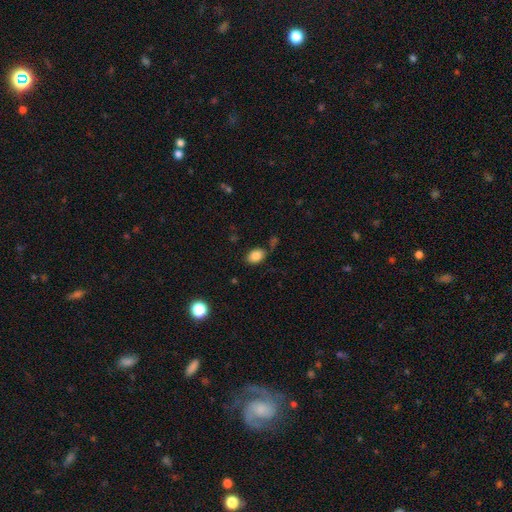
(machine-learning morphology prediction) This is clearly a smooth galaxy (86%). How rounded: likely in between (80%). Merging: likely none (76%).